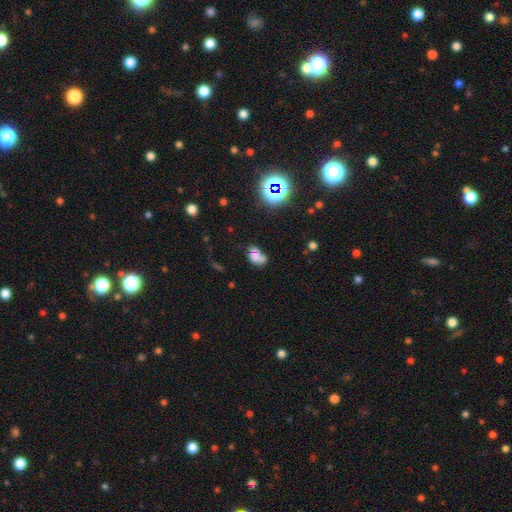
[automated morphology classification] type=smooth (58%); roundness=in between (74%); merging=none (34%).